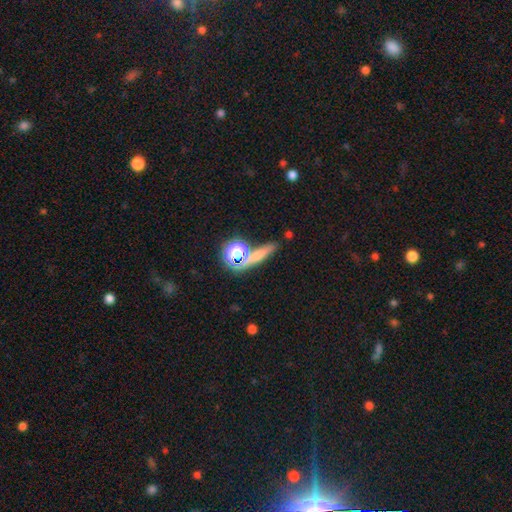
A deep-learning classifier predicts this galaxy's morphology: A smooth galaxy with no disk features (46%).

Vote fractions:
- Smooth or featured? smooth: 46% / star or artifact: 30% / featured or disk: 24%
- Merging? none: 68% / merger: 16% / minor disturbance: 10% / major disturbance: 6%